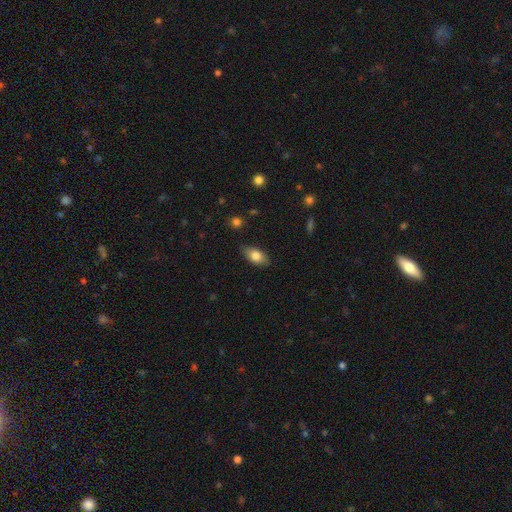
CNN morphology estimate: Smooth or featured? Predicted: smooth (p=0.79). How rounded? Predicted: in between (p=0.89). Merging? Predicted: none (p=0.83).